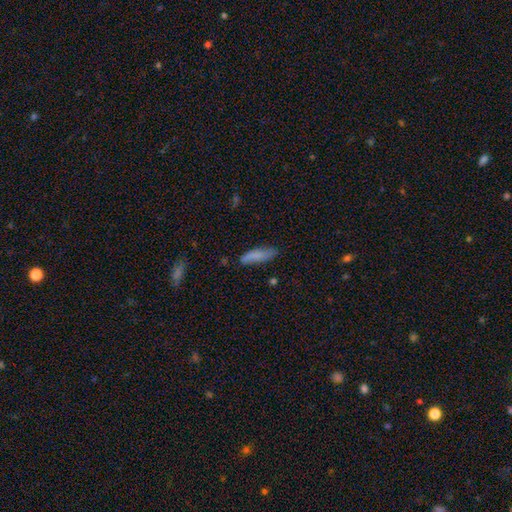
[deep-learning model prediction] Q: Smooth or featured?
A: smooth (78%); runner-up: featured or disk (15%)
Q: How rounded?
A: cigar-shaped (57%); runner-up: in between (41%)
Q: Merging?
A: none (71%); runner-up: minor disturbance (22%)